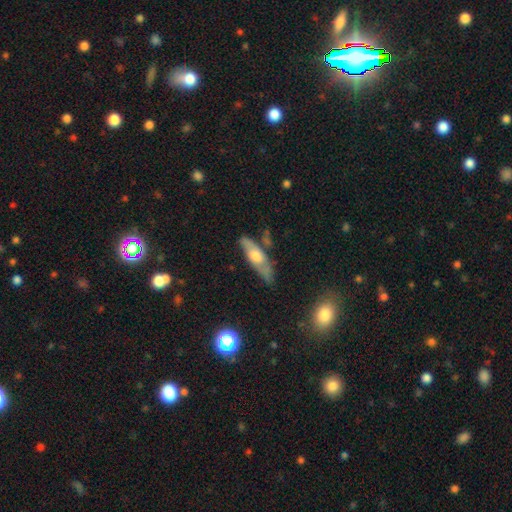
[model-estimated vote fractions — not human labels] smooth_or_featured: featured or disk (p=0.48) [alt: smooth p=0.46]
merging: none (p=0.69) [alt: minor disturbance p=0.21]